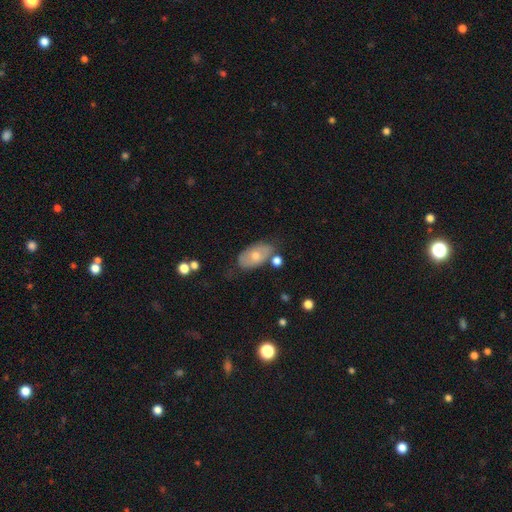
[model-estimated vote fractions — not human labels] Q: Smooth or featured?
A: smooth (53%); runner-up: featured or disk (37%)
Q: How rounded?
A: in between (91%); runner-up: round (7%)
Q: Merging?
A: none (69%); runner-up: minor disturbance (19%)